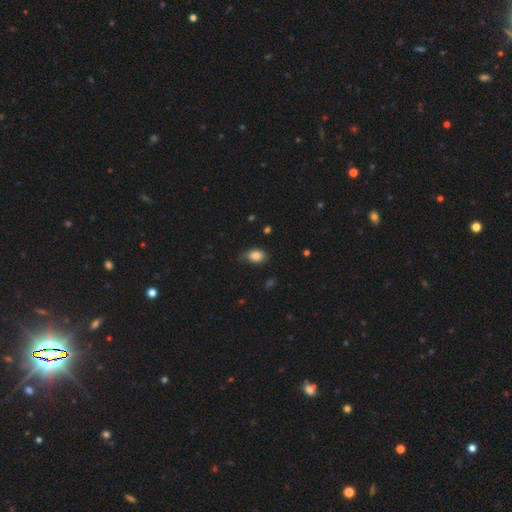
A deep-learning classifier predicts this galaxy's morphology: A smooth galaxy with no disk features (85%) that is in between round and cigar-shaped (79%).

Vote fractions:
- Smooth or featured? smooth: 85% / star or artifact: 9% / featured or disk: 6%
- How rounded? in between: 79% / round: 20% / cigar-shaped: 1%
- Merging? none: 63% / minor disturbance: 30% / major disturbance: 6% / merger: 1%